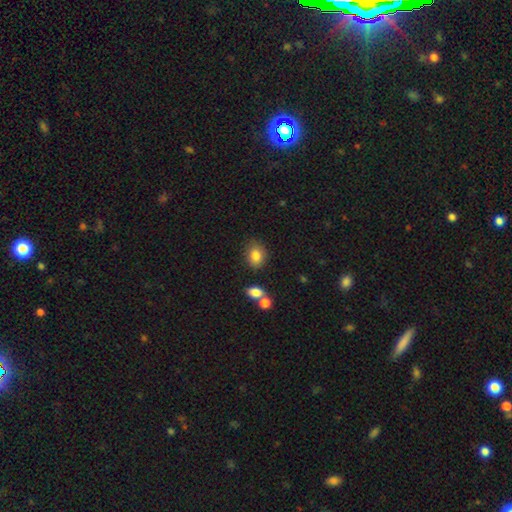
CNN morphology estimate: This appears to be a smooth galaxy with no disk features (83%) that is in between round and cigar-shaped (52%). Merging: none (78%).